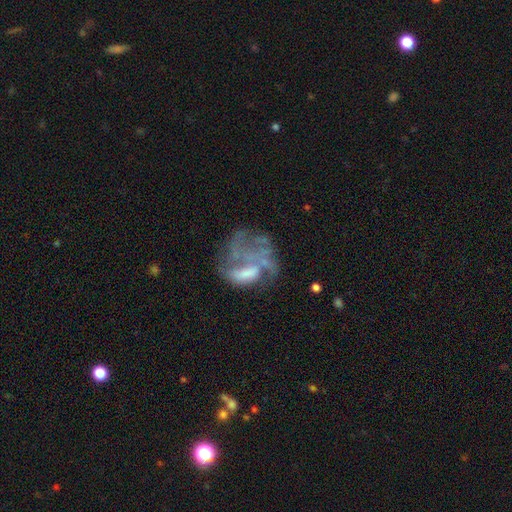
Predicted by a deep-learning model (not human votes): smooth_or_featured: featured or disk (p=0.61) [alt: smooth p=0.25]
disk_edge_on: no (p=0.97) [alt: yes p=0.03]
bar: no (p=0.72) [alt: weak p=0.21]
has_spiral_arms: no (p=0.69) [alt: yes p=0.31]
bulge_size: none (p=0.52) [alt: moderate p=0.24]
merging: major disturbance (p=0.44) [alt: none p=0.28]